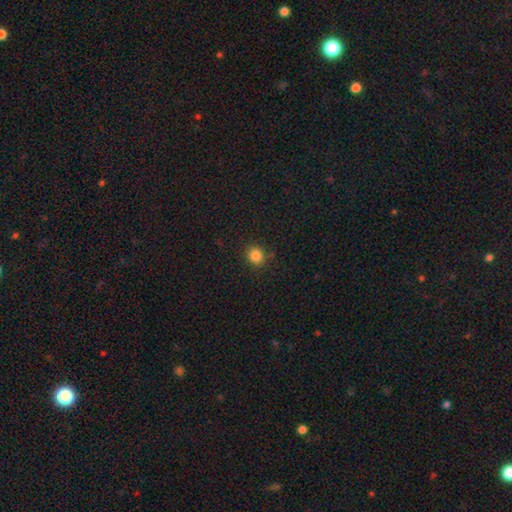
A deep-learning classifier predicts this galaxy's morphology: A smooth galaxy with no disk features (84%) that is round (84%). Merging: none (86%).